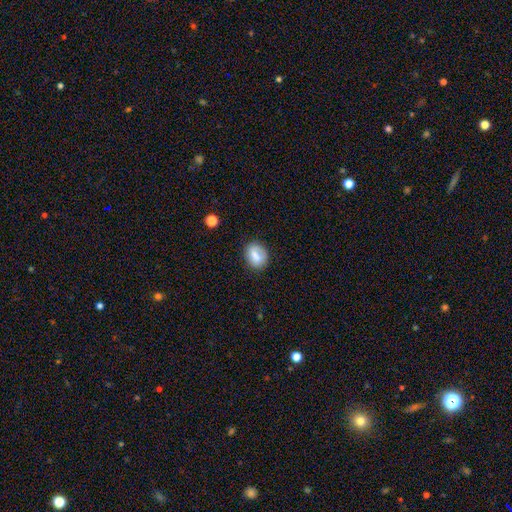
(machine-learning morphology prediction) This appears to be a smooth galaxy with no disk features (74%) that is in between round and cigar-shaped (53%). Merging: none (75%).